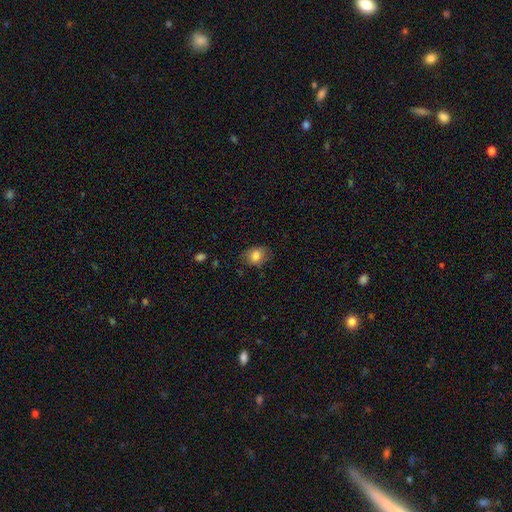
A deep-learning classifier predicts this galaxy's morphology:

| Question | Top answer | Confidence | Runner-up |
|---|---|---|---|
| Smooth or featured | smooth | 81% | featured or disk (11%) |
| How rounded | in between | 61% | round (38%) |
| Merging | none | 74% | minor disturbance (20%) |